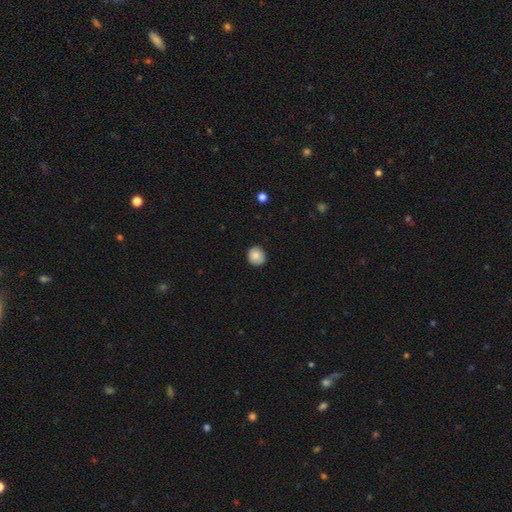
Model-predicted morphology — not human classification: The model was most divided on "merging": none: 85%, minor disturbance: 12%, major disturbance: 2%, merger: 1%. More confident: how rounded — round (87%); smooth or featured — smooth (86%).